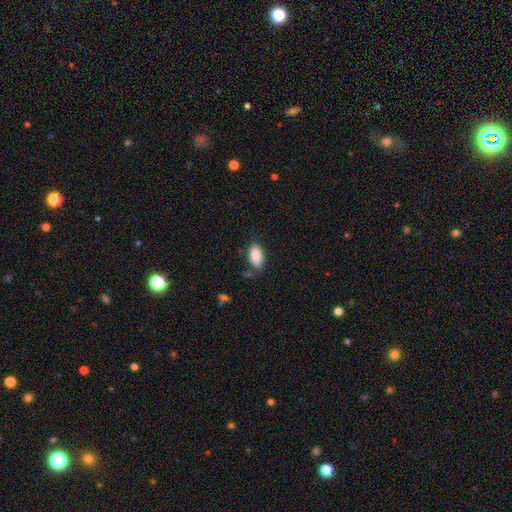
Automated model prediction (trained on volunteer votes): Smooth or featured? smooth (87%)
How rounded? in between (93%)
Merging? none (76%)